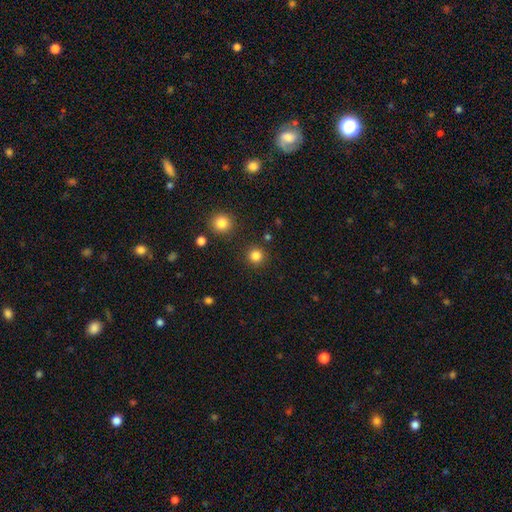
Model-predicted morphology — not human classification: This appears to be a smooth galaxy with no disk features (84%) that is round (95%). Merging: none (90%).